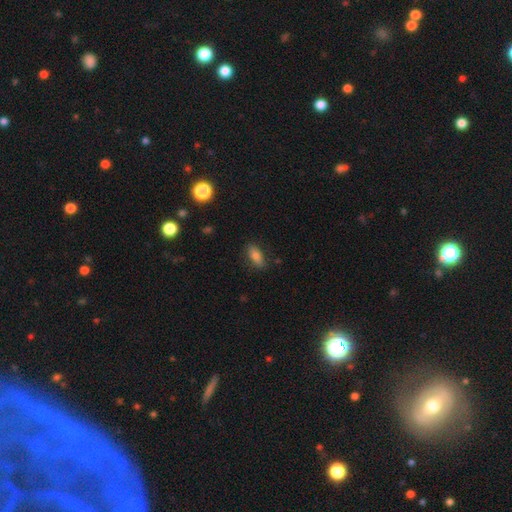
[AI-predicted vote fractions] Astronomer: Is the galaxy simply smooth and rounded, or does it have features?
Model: smooth — 80%.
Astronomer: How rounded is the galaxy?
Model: in between — 84%.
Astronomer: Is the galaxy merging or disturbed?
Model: none — 82%.